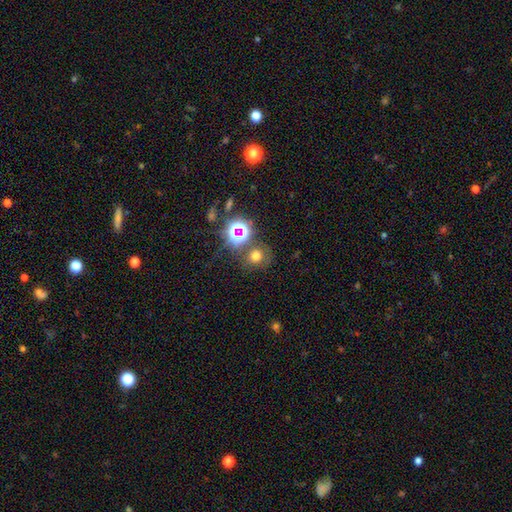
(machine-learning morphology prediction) The model was most divided on "smooth or featured": smooth: 62%, star or artifact: 29%, featured or disk: 10%. More confident: how rounded — round (83%); merging — none (70%).